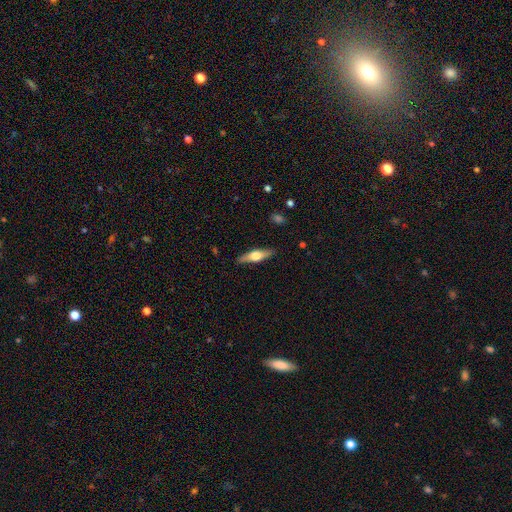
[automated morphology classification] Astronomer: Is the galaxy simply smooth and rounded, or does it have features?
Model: featured or disk — 56% (runner-up: smooth, 38%).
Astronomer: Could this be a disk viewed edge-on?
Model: yes — 94%.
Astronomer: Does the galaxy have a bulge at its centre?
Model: rounded — 93%.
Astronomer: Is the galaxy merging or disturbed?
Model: none — 88%.